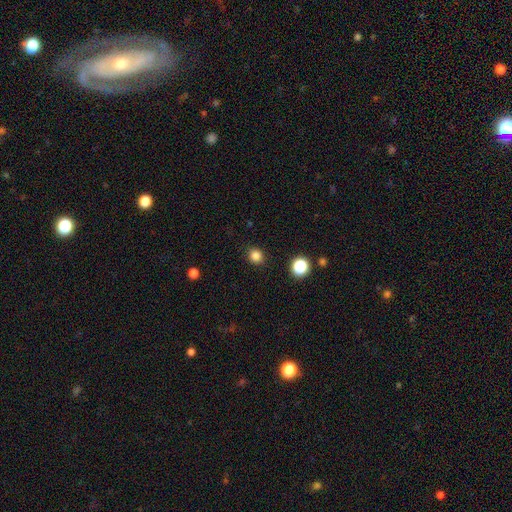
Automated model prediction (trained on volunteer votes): smooth 83%, star or artifact 13%, featured or disk 4%. Down the decision tree: how rounded — round (79%); merging — none (89%).